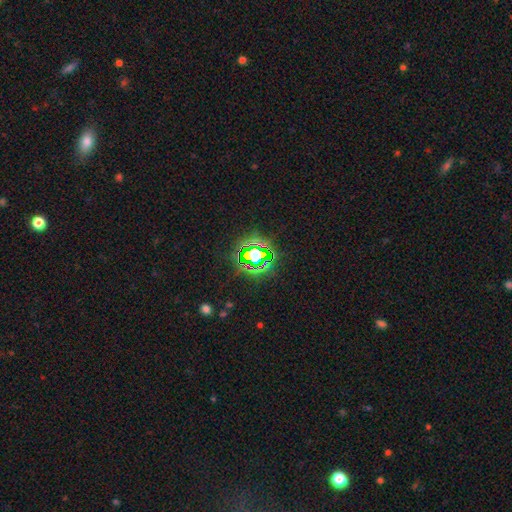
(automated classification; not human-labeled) Smooth or featured?
  - star or artifact: 73% *
  - smooth: 16%
  - featured or disk: 12%